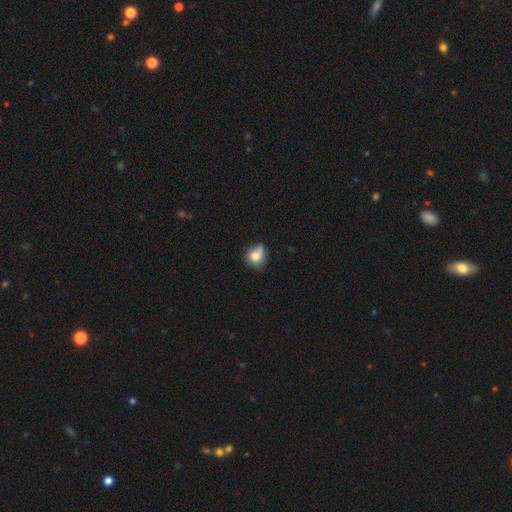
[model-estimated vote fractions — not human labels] Smooth or featured? Predicted: smooth (p=0.74). How rounded? Predicted: round (p=0.73). Merging? Predicted: none (p=0.44).